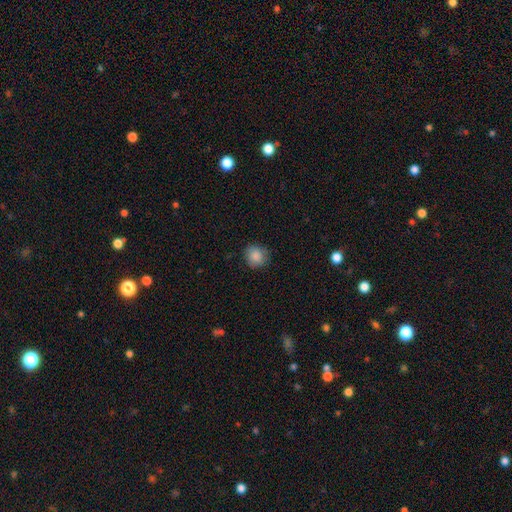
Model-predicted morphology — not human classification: Overall: smooth (87%). How rounded: round (86%). Merging: none (82%).